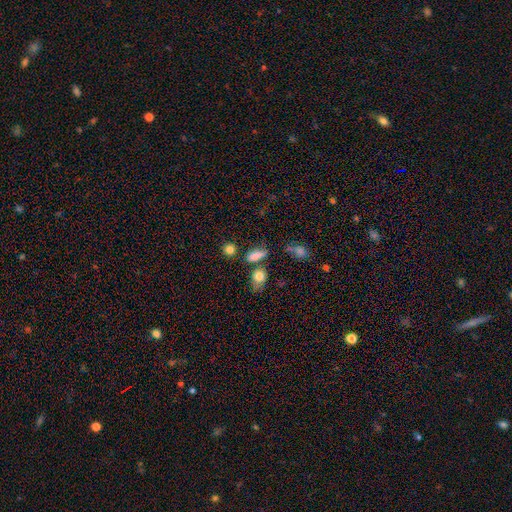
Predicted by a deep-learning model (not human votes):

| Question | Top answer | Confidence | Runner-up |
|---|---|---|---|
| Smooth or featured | smooth | 80% | star or artifact (12%) |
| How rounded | in between | 60% | round (25%) |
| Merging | none | 60% | minor disturbance (18%) |